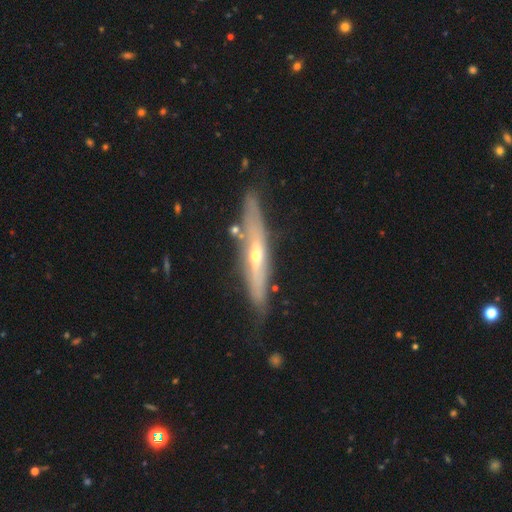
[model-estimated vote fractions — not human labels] A featured or disk galaxy (76%) viewed edge-on (85%) with a rounded central bulge (80%).

Vote fractions:
- Smooth or featured? featured or disk: 76% / smooth: 18% / star or artifact: 6%
- Edge-on disk? yes: 85% / no: 15%
- Edge-on bulge? rounded: 80% / none: 18% / boxy: 2%
- Merging? none: 79% / minor disturbance: 15% / merger: 3% / major disturbance: 3%